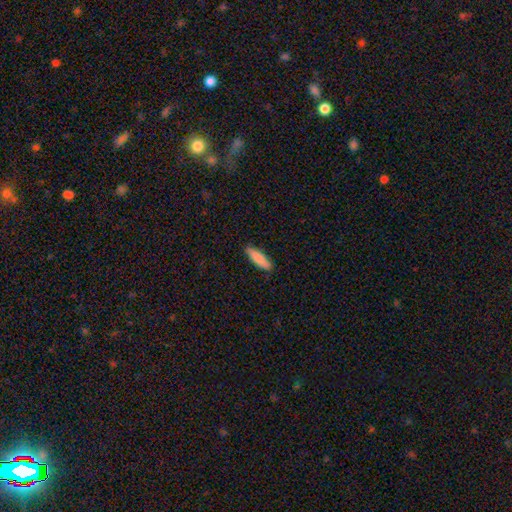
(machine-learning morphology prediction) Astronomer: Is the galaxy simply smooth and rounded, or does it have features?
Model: smooth — 86%.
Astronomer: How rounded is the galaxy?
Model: cigar-shaped — 60% (runner-up: in between, 38%).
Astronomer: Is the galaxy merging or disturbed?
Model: none — 88%.